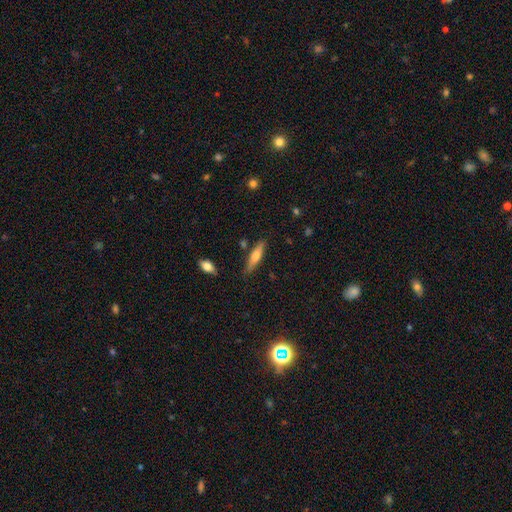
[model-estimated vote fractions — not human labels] Morphology: type=smooth (56%); roundness=cigar-shaped (75%); merging=none (81%).